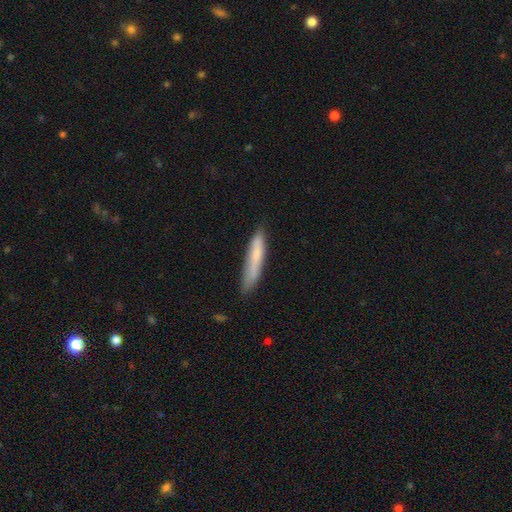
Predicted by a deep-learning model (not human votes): smooth_or_featured: smooth (p=0.73) [alt: featured or disk p=0.21]
how_rounded: cigar-shaped (p=0.90) [alt: in between p=0.09]
merging: none (p=0.75) [alt: minor disturbance p=0.20]